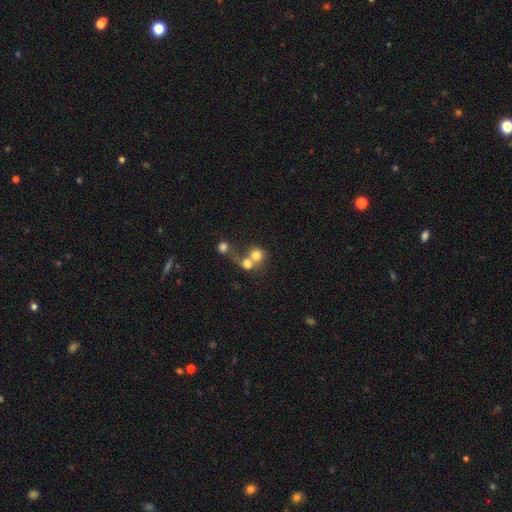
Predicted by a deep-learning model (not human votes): Smooth or featured: smooth — 73% (featured or disk — 16%)
How rounded: round — 81% (in between — 18%)
Merging: merger — 62% (none — 27%)